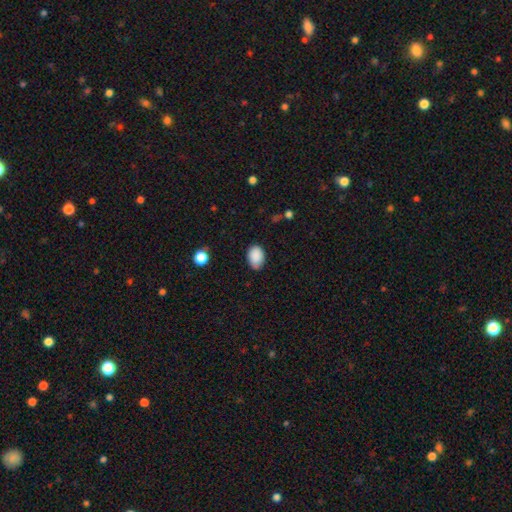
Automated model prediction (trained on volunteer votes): This is clearly a smooth galaxy (89%). How rounded: clearly in between (83%). Merging: likely none (75%).